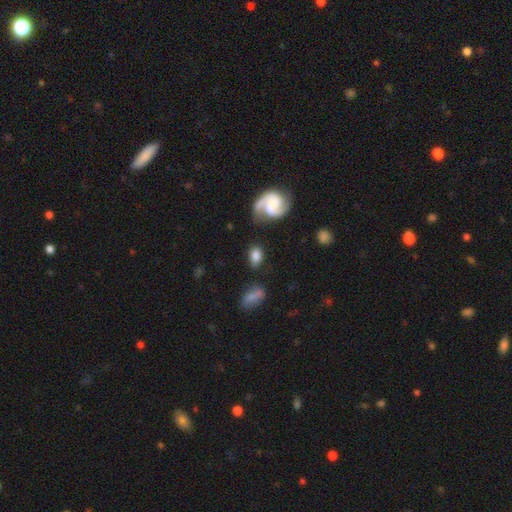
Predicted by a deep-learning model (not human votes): Smooth or featured? smooth (71%)
How rounded? in between (79%)
Merging? none (71%)